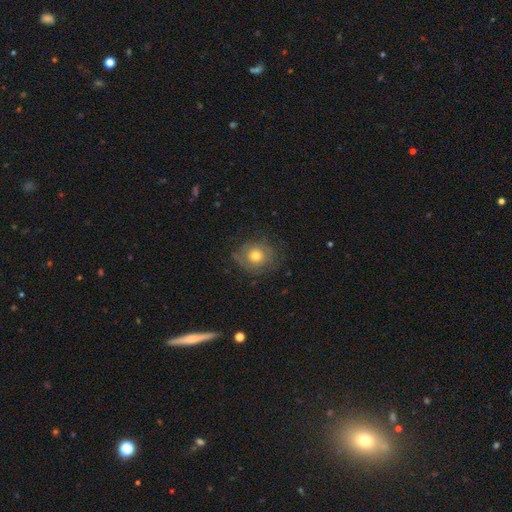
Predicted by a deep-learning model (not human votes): A smooth galaxy with no disk features (52%) that is round (80%).

Vote fractions:
- Smooth or featured? smooth: 52% / featured or disk: 38% / star or artifact: 10%
- How rounded? round: 80% / in between: 19% / cigar-shaped: 1%
- Merging? none: 69% / minor disturbance: 19% / major disturbance: 10% / merger: 1%